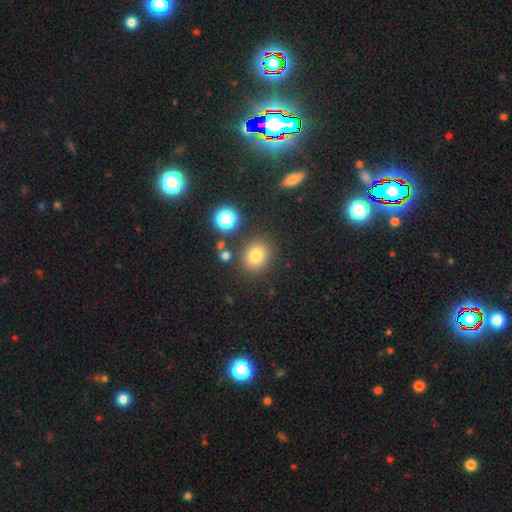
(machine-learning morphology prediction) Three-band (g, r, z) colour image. It shows a smooth galaxy with no disk features (77%) that is round (73%). Merging: none (81%).